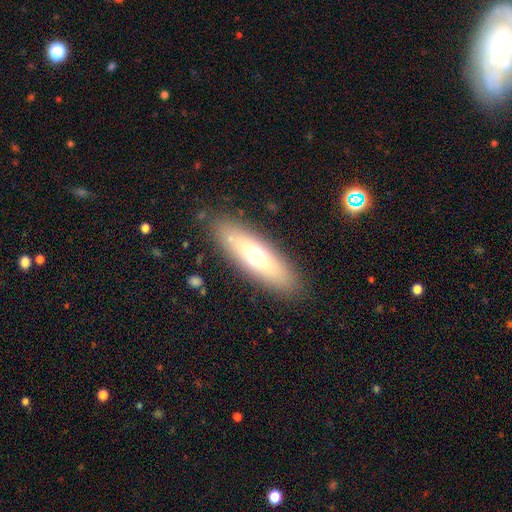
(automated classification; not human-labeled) smooth 61%, featured or disk 31%, star or artifact 8%. Down the decision tree: how rounded — cigar-shaped (51%); merging — none (86%).